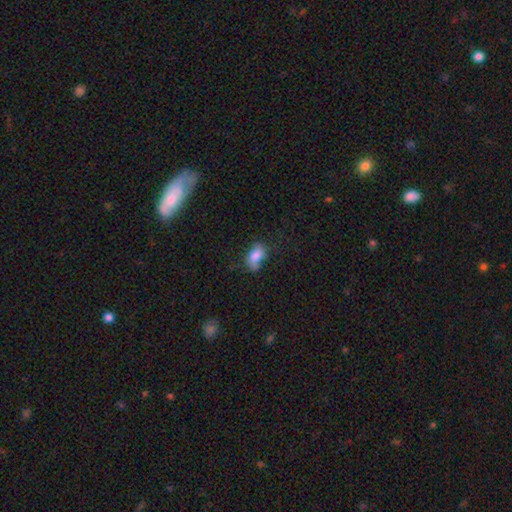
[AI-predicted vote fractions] Morphology: type=smooth (76%); roundness=in between (88%); merging=none (45%).